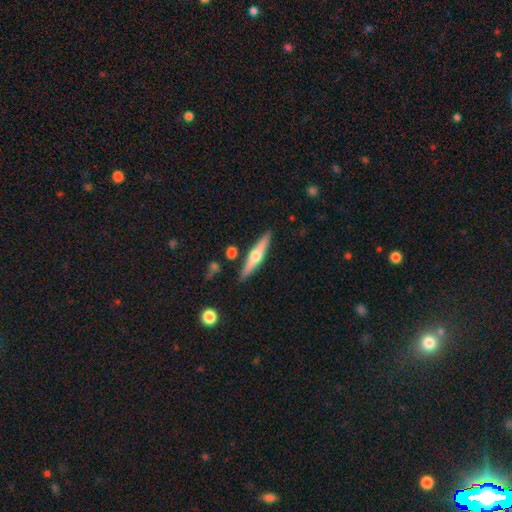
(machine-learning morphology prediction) A featured or disk galaxy (63%) viewed edge-on (96%) with a rounded central bulge (93%).

Vote fractions:
- Smooth or featured? featured or disk: 63% / smooth: 31% / star or artifact: 6%
- Edge-on disk? yes: 96% / no: 4%
- Edge-on bulge? rounded: 93% / none: 4% / boxy: 3%
- Merging? none: 87% / minor disturbance: 8% / merger: 3% / major disturbance: 2%